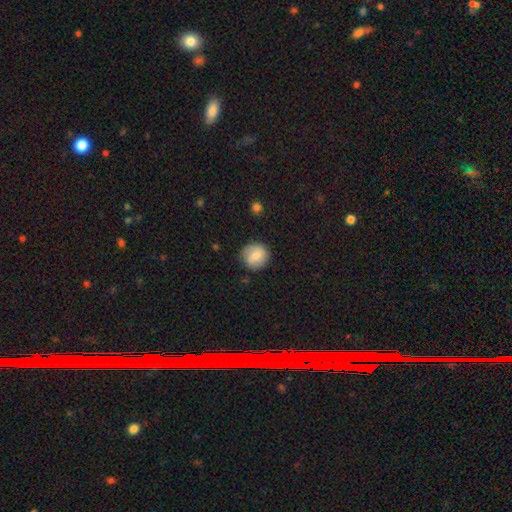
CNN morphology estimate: This appears to be a smooth galaxy with no disk features (73%) that is round (91%). Merging: none (84%).